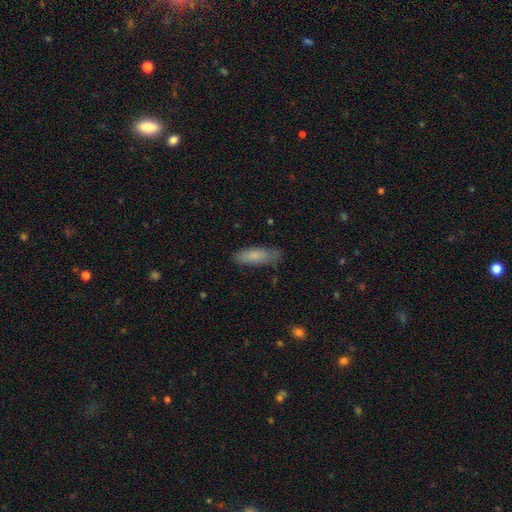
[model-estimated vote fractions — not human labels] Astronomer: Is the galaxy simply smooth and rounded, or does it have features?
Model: smooth — 83%.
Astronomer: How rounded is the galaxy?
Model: in between — 59% (runner-up: cigar-shaped, 40%).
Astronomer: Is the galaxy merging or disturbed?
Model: none — 73%.